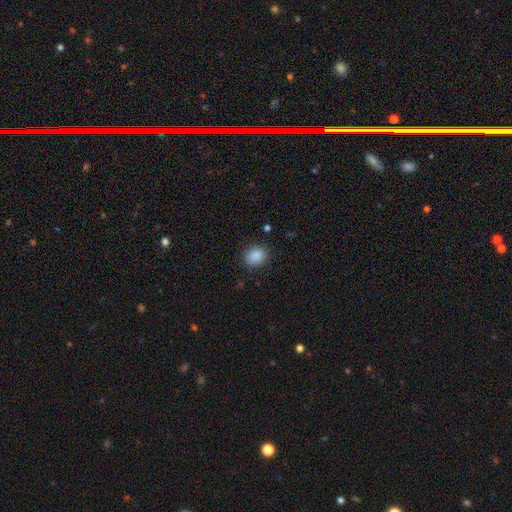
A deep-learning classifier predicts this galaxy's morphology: Smooth or featured? smooth (88%)
How rounded? in between (50%)
Merging? none (85%)